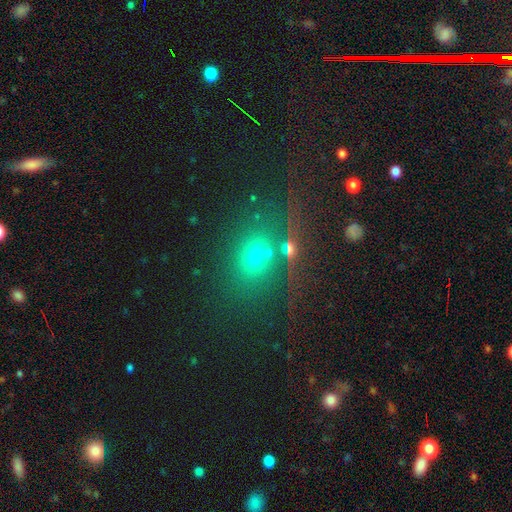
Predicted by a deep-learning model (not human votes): Q: Smooth or featured?
A: smooth (52%); runner-up: star or artifact (32%)
Q: How rounded?
A: round (52%); runner-up: in between (45%)
Q: Merging?
A: none (60%); runner-up: merger (23%)